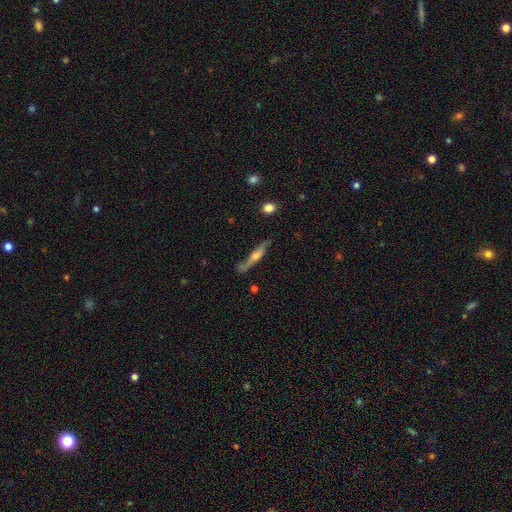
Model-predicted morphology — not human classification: Smooth or featured? featured or disk (67%)
Edge-on disk? yes (85%)
Edge-on bulge? rounded (79%)
Merging? none (70%)